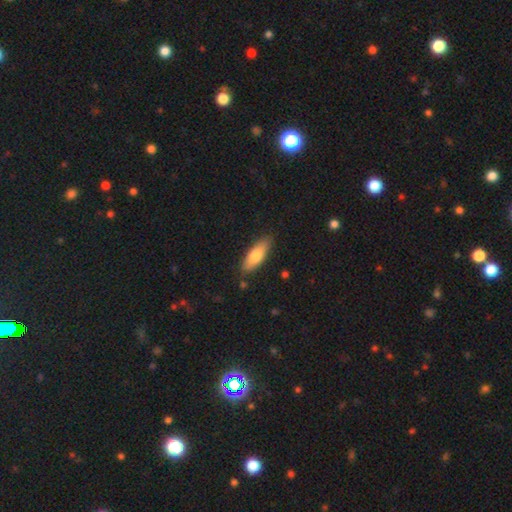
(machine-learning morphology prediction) smooth-or-featured: smooth: 73% | featured or disk: 21% | star or artifact: 6%
  how-rounded: in between: 63% | cigar-shaped: 35% | round: 2%
  merging: none: 84% | minor disturbance: 12% | major disturbance: 2% | merger: 2%